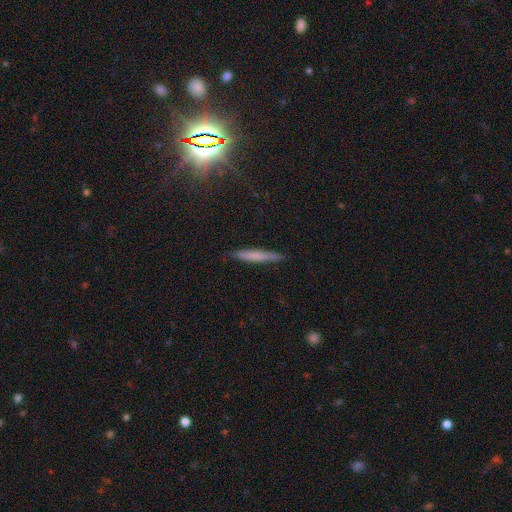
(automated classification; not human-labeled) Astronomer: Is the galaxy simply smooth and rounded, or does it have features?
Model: smooth — 67%.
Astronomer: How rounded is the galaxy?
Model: cigar-shaped — 95%.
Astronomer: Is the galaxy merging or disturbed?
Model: none — 86%.